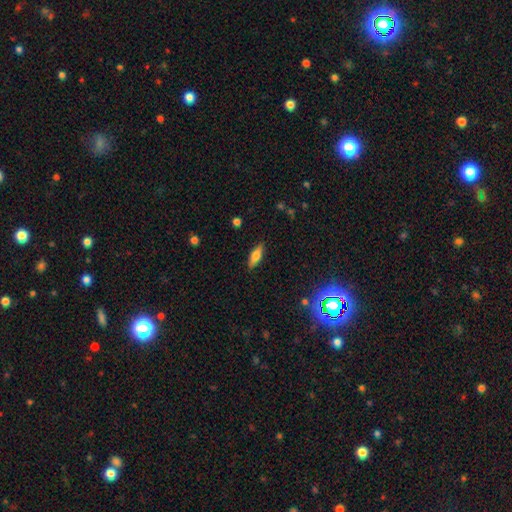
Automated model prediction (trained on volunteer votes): Overall: smooth (63%; featured or disk 28%). How rounded: in between (62%; cigar-shaped 35%). Merging: none (87%).